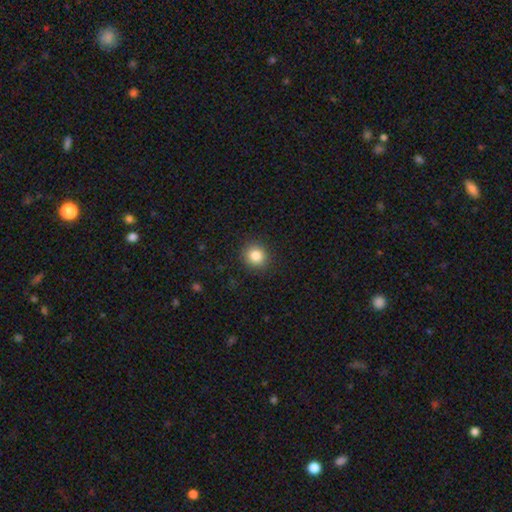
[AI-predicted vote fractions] This is clearly a smooth galaxy (84%). How rounded: clearly round (88%). Merging: clearly none (91%).